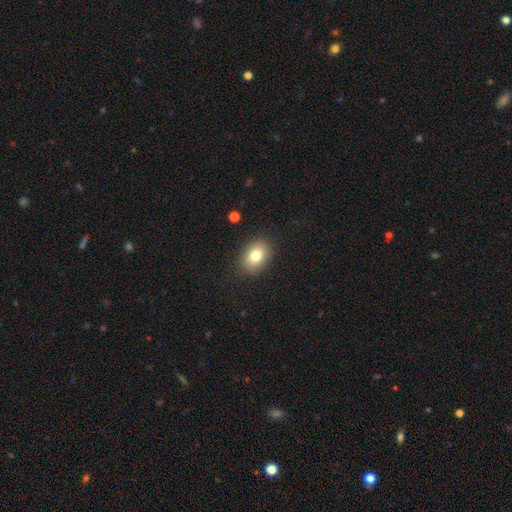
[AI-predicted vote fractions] Q: Smooth or featured?
A: smooth (79%); runner-up: featured or disk (11%)
Q: How rounded?
A: in between (74%); runner-up: round (25%)
Q: Merging?
A: none (86%); runner-up: minor disturbance (10%)